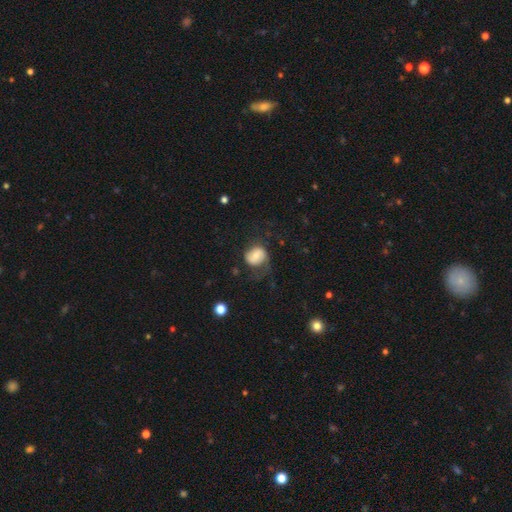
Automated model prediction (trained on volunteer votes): smooth-or-featured: smooth: 49% | featured or disk: 42% | star or artifact: 8%
  merging: none: 44% | major disturbance: 29% | minor disturbance: 25% | merger: 2%